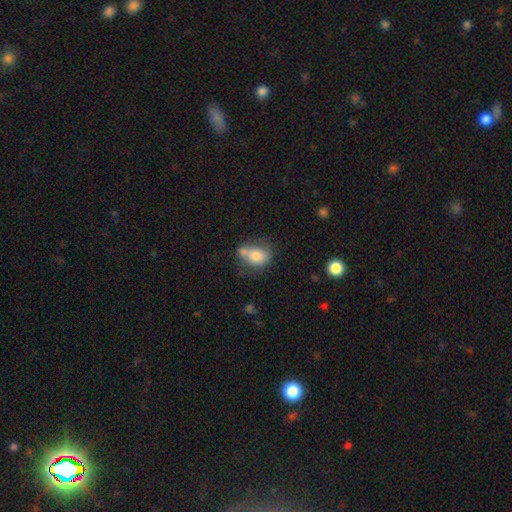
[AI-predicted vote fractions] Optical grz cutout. It shows a smooth galaxy with no disk features (74%) that is in between round and cigar-shaped (68%). Merging: none (41%).